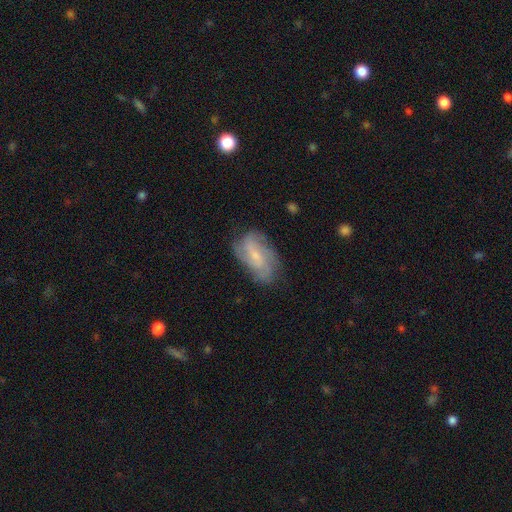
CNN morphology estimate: Smooth or featured? Predicted: featured or disk (p=0.69). Edge-on disk? Predicted: no (p=0.95). Bar? Predicted: no (p=0.46). Spiral arms? Predicted: yes (p=0.90). Spiral winding? Predicted: medium (p=0.43). Spiral arm count? Predicted: can't tell (p=0.31). Bulge size? Predicted: small (p=0.60). Merging? Predicted: none (p=0.68).